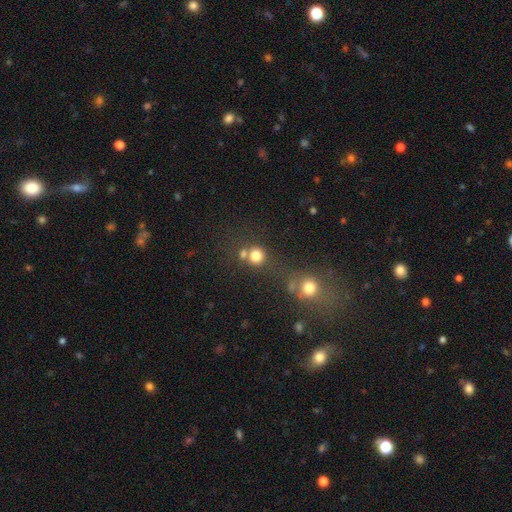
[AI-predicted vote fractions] Q: Smooth or featured?
A: smooth (78%); runner-up: star or artifact (15%)
Q: How rounded?
A: round (88%); runner-up: in between (11%)
Q: Merging?
A: none (59%); runner-up: merger (28%)